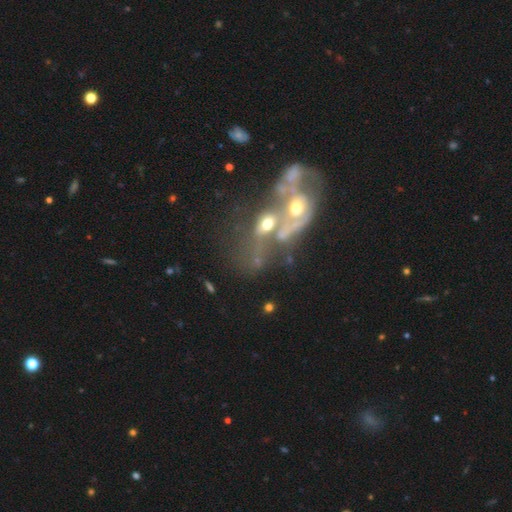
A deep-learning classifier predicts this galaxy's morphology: type=featured or disk (61%); edge-on=no (94%); bar=no (81%); spiral arms=no (70%); bulge=moderate (46%); merging=merger (66%).